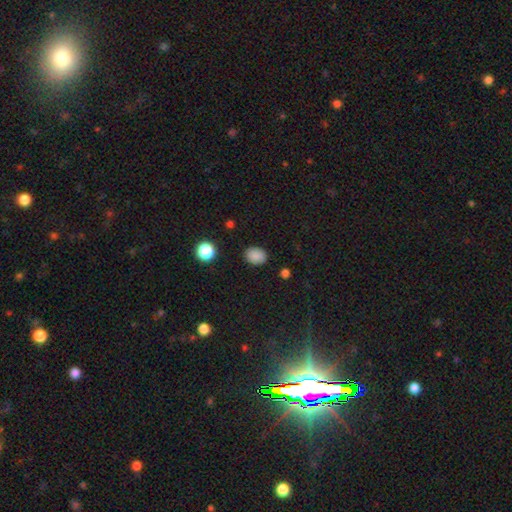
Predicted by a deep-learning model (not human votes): This is clearly a smooth galaxy (86%). How rounded: possibly in between (59%). Merging: clearly none (87%).